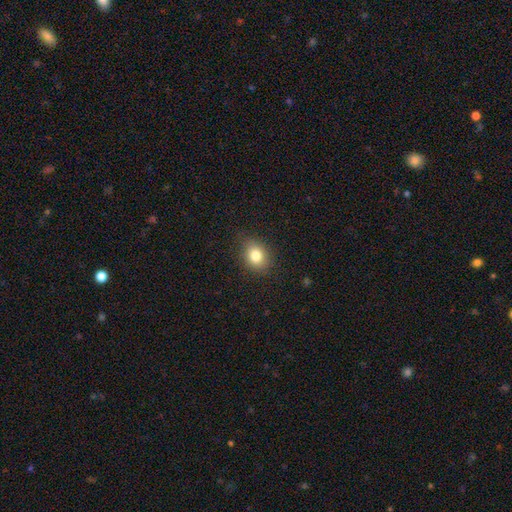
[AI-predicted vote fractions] smooth 81%, star or artifact 10%, featured or disk 8%. Down the decision tree: how rounded — in between (57%); merging — none (83%).